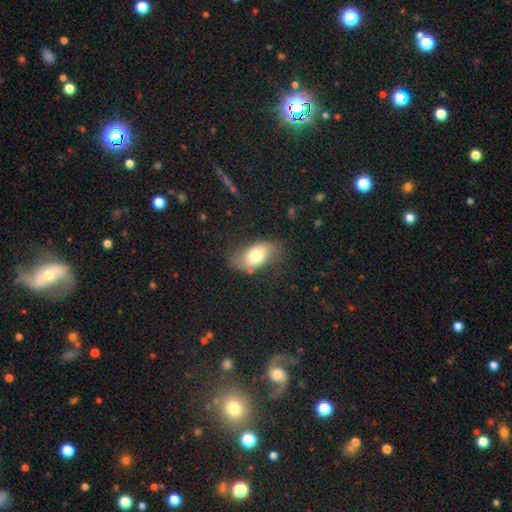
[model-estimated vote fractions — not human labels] This appears to be a smooth galaxy with no disk features (67%) that is in between round and cigar-shaped (89%). Merging: none (66%).